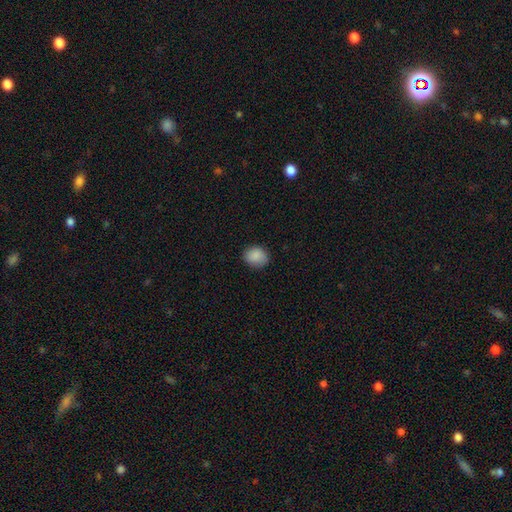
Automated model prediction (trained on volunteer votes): Morphology: type=smooth (88%); roundness=round (56%); merging=none (84%).